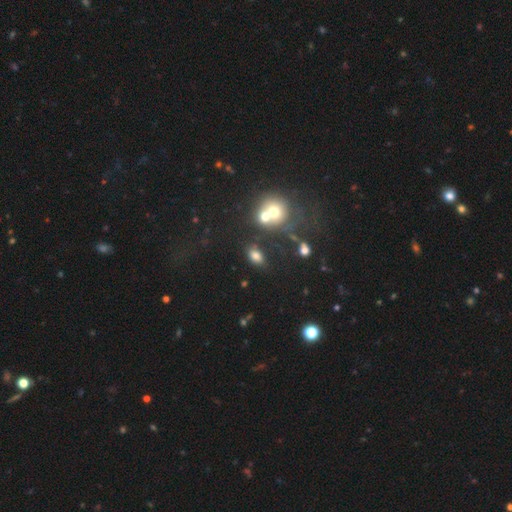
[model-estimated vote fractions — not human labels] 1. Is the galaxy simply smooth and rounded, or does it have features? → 75% smooth, 15% star or artifact, 10% featured or disk.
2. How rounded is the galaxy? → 84% in between, 14% round, 2% cigar-shaped.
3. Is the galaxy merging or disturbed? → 64% none, 15% minor disturbance, 14% merger, 6% major disturbance.